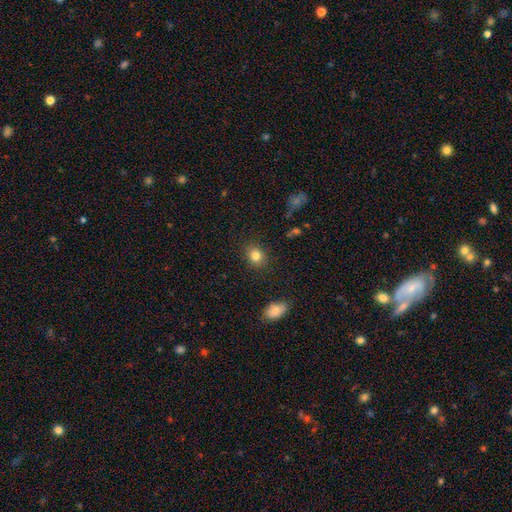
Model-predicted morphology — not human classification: Q: Smooth or featured?
A: smooth (82%); runner-up: star or artifact (11%)
Q: How rounded?
A: round (60%); runner-up: in between (38%)
Q: Merging?
A: none (87%); runner-up: minor disturbance (9%)